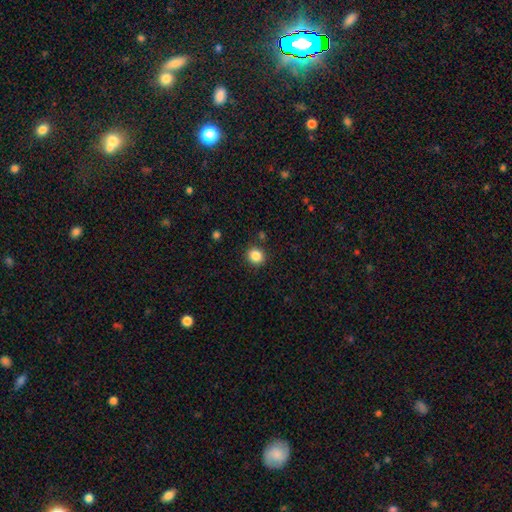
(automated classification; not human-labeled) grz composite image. It shows a smooth galaxy with no disk features (86%) that is round (84%). Merging: none (88%).